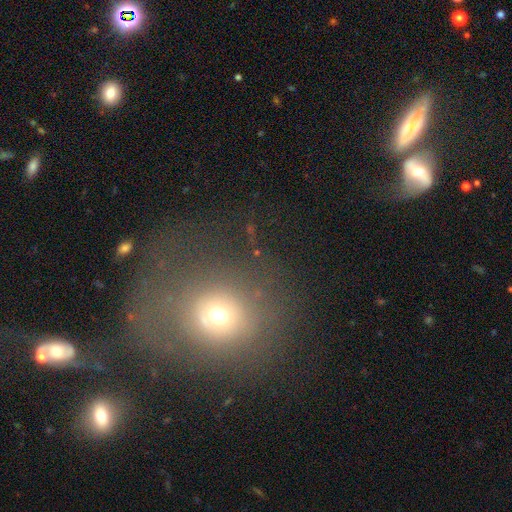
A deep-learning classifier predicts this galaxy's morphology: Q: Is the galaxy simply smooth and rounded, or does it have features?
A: smooth — 55%.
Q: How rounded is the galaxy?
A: round — 79%.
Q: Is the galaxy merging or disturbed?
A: none — 48%.